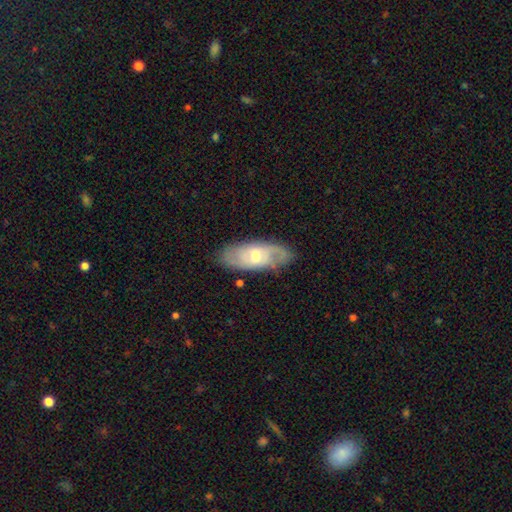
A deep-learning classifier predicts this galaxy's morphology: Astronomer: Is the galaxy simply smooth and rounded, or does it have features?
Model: featured or disk — 59% (runner-up: smooth, 35%).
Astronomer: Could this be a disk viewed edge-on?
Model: no — 85%.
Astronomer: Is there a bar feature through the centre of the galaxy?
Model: weak — 51% (runner-up: no, 38%).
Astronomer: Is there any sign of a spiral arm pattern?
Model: yes — 77%.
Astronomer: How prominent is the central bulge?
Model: moderate — 63%.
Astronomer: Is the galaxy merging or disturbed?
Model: none — 80%.